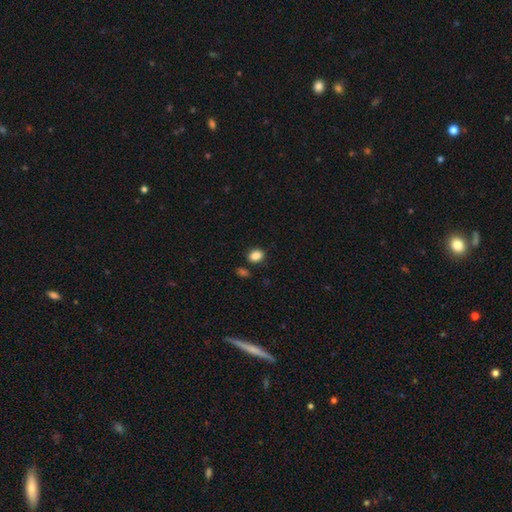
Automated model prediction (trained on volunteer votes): smooth-or-featured: smooth: 86% | star or artifact: 10% | featured or disk: 4%
  how-rounded: in between: 57% | round: 41% | cigar-shaped: 1%
  merging: none: 84% | minor disturbance: 10% | merger: 4% | major disturbance: 3%